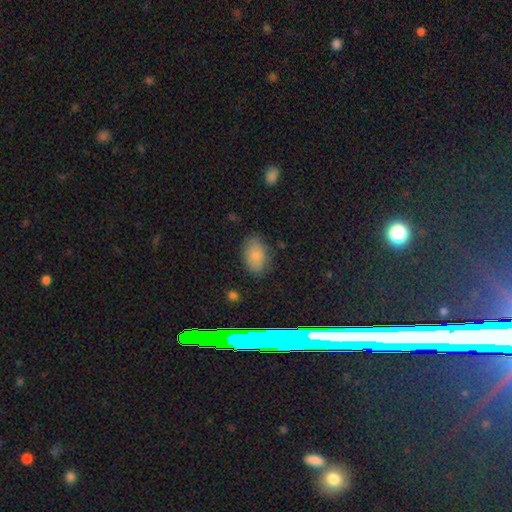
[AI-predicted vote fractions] smooth_or_featured: smooth (p=0.80) [alt: star or artifact p=0.11]
how_rounded: in between (p=0.89) [alt: round p=0.09]
merging: none (p=0.80) [alt: minor disturbance p=0.15]